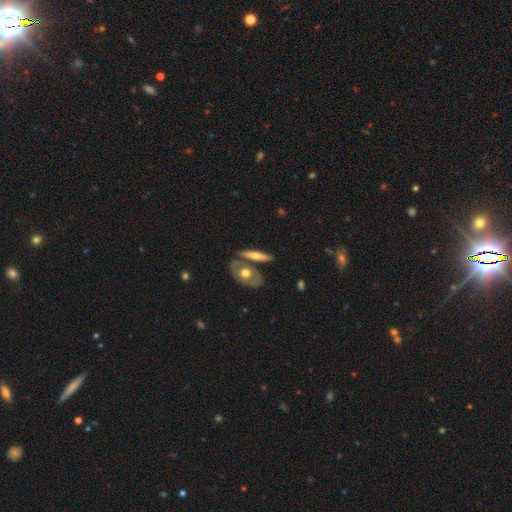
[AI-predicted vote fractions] This is possibly a featured or disk galaxy (49%). Merging: likely none (65%).